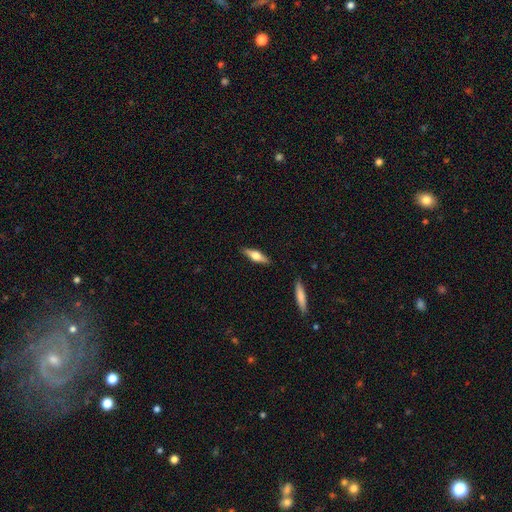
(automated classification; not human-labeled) featured or disk 53%, smooth 41%, star or artifact 6%. Down the decision tree: edge-on disk — yes (94%); merging — none (88%).